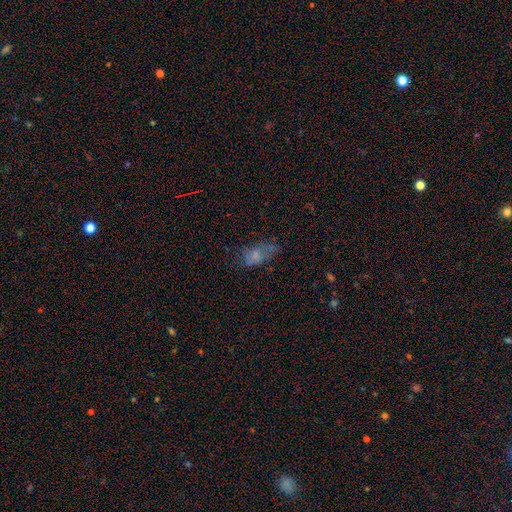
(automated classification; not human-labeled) Q: Smooth or featured?
A: smooth (59%); runner-up: featured or disk (27%)
Q: How rounded?
A: in between (86%); runner-up: round (7%)
Q: Merging?
A: none (47%); runner-up: minor disturbance (26%)